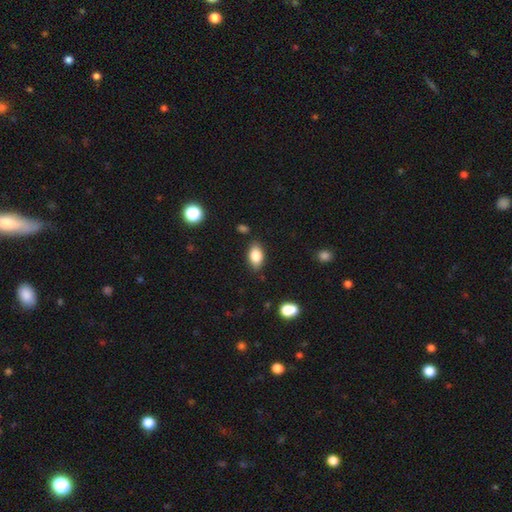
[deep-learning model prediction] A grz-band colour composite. It shows a smooth galaxy with no disk features (82%) that is in between round and cigar-shaped (89%). Merging: none (82%).